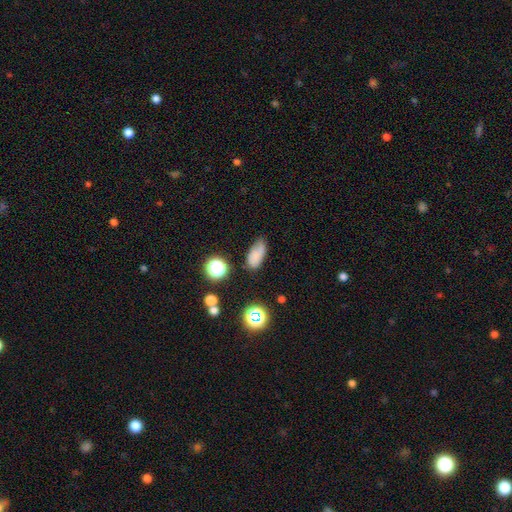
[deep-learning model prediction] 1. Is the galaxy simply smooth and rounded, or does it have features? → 74% smooth, 14% star or artifact, 12% featured or disk.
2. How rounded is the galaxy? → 86% in between, 7% cigar-shaped, 7% round.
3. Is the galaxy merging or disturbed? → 63% none, 27% minor disturbance, 7% major disturbance, 3% merger.